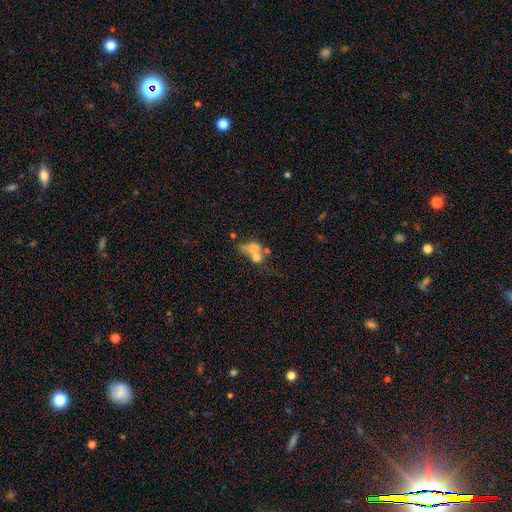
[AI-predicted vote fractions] The model was most divided on "how rounded": in between: 63%, round: 34%, cigar-shaped: 3%. More confident: merging — merger (59%); smooth or featured — smooth (59%).